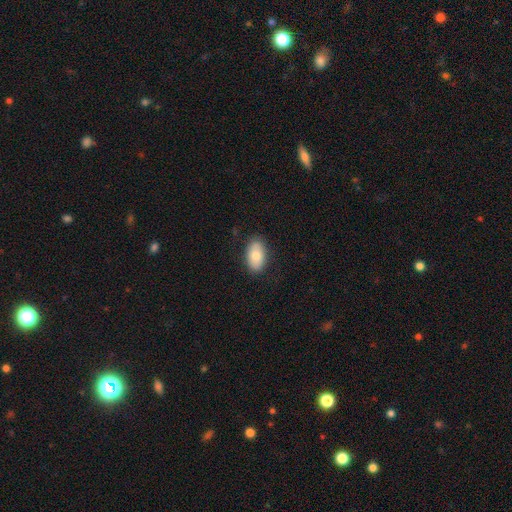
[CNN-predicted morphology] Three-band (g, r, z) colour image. It shows a smooth galaxy with no disk features (75%) that is in between round and cigar-shaped (93%). Merging: none (84%).